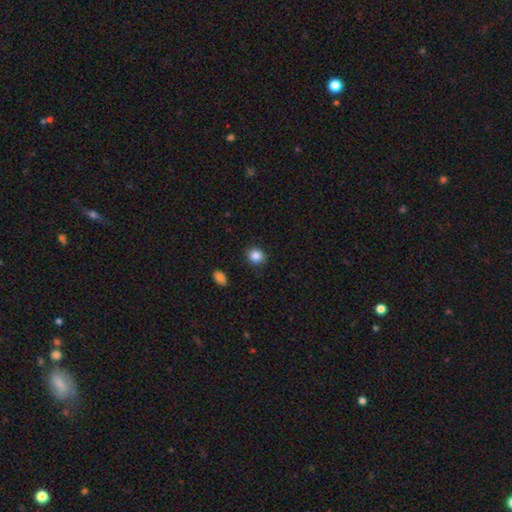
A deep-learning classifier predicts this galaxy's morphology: This appears to be a smooth galaxy with no disk features (86%) that is round (72%). Merging: none (88%).